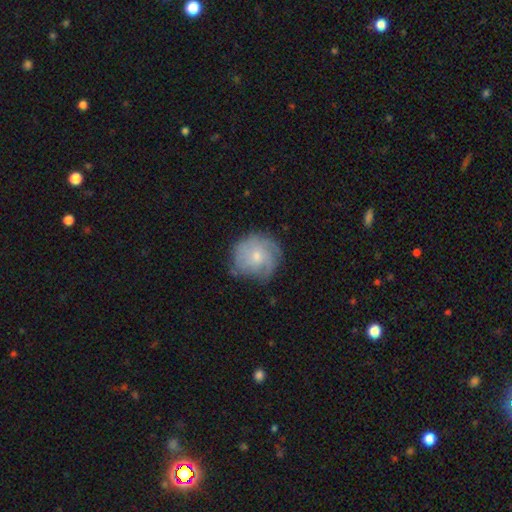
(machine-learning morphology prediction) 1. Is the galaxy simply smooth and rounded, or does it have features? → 58% featured or disk, 34% smooth, 8% star or artifact.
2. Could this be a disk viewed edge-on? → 97% no, 3% yes.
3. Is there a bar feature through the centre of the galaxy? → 80% no, 18% weak, 2% strong.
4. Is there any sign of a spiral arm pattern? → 83% yes, 17% no.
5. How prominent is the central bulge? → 58% small, 38% moderate, 2% none, 2% large, 1% dominant.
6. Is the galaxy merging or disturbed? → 67% none, 23% minor disturbance, 9% major disturbance, 1% merger.